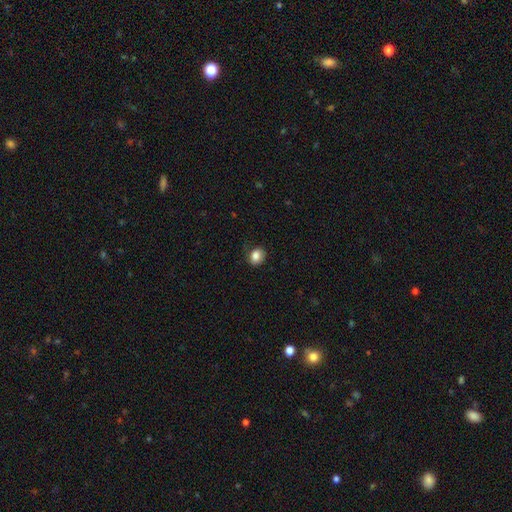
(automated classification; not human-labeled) Overall: smooth (85%). How rounded: round (54%; in between 45%). Merging: none (79%).